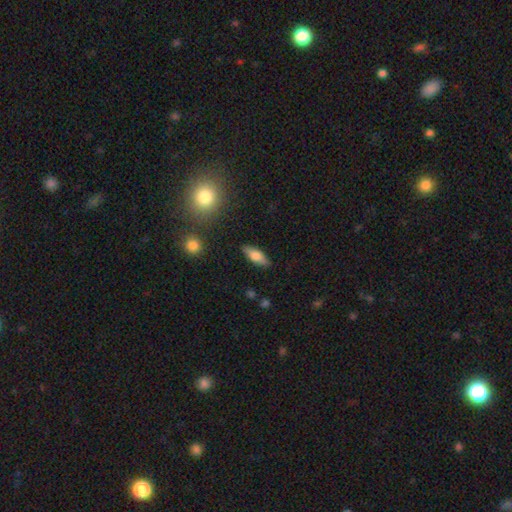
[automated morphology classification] The model was most divided on "how rounded": in between: 69%, cigar-shaped: 29%, round: 3%. More confident: merging — none (87%); smooth or featured — smooth (72%).